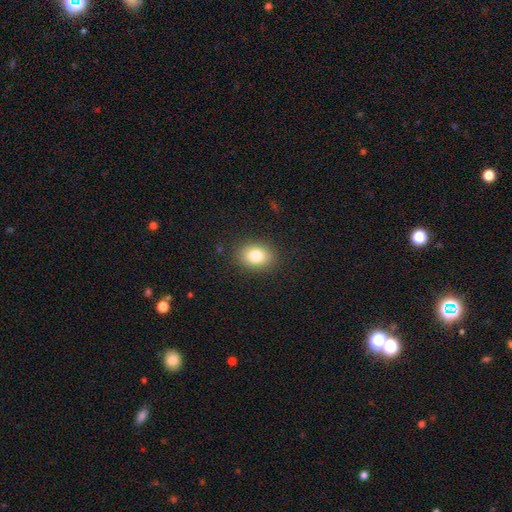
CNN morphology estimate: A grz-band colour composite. It shows a smooth galaxy with no disk features (82%) that is in between round and cigar-shaped (68%). Merging: none (87%).